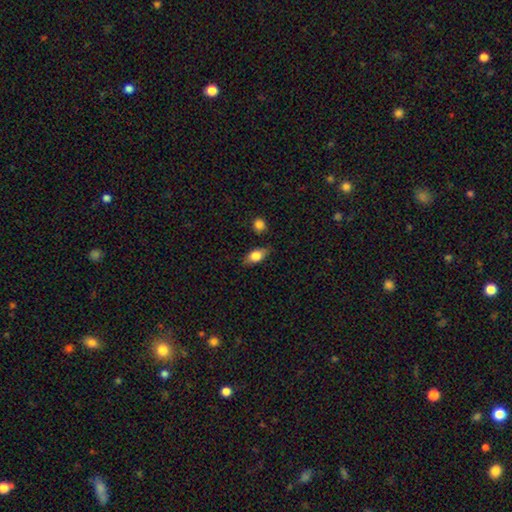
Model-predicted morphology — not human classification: smooth 76%, featured or disk 17%, star or artifact 7%. Down the decision tree: how rounded — in between (82%); merging — none (76%).